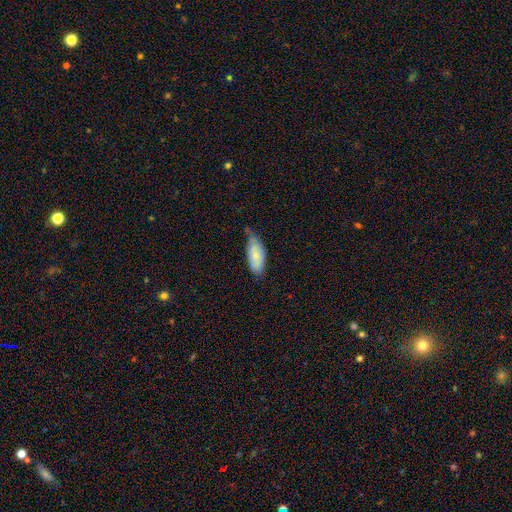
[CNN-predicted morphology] Smooth or featured? Predicted: smooth (p=0.76). How rounded? Predicted: in between (p=0.87). Merging? Predicted: minor disturbance (p=0.45).